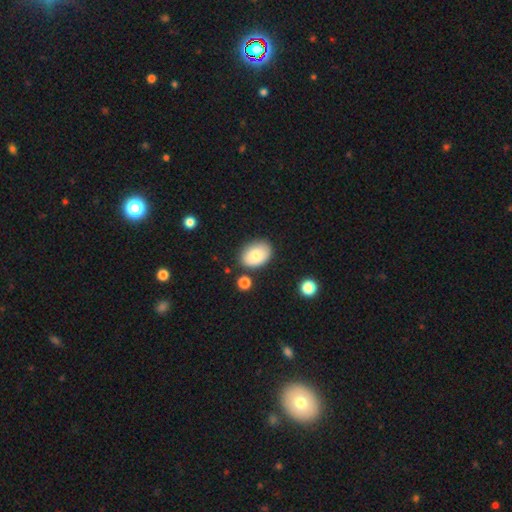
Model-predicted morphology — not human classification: A smooth galaxy with no disk features (81%) that is in between round and cigar-shaped (82%).

Vote fractions:
- Smooth or featured? smooth: 81% / featured or disk: 12% / star or artifact: 8%
- How rounded? in between: 82% / round: 17% / cigar-shaped: 1%
- Merging? none: 77% / minor disturbance: 15% / merger: 5% / major disturbance: 3%